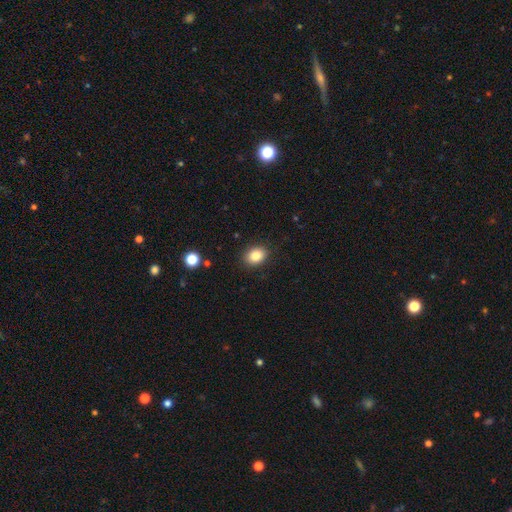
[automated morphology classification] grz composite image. It shows a smooth galaxy with no disk features (85%) that is in between round and cigar-shaped (62%). Merging: none (88%).